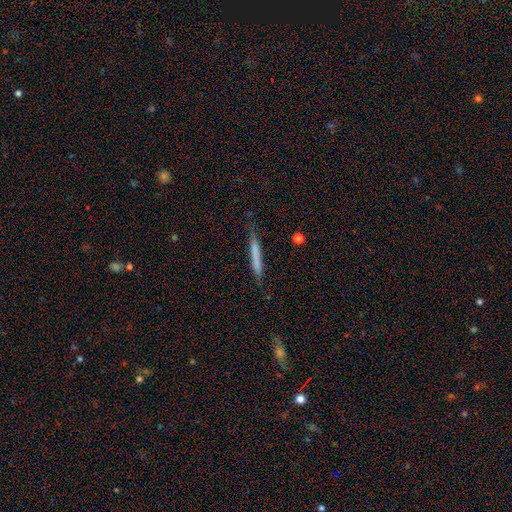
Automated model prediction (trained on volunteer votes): Smooth or featured? smooth (65%)
How rounded? cigar-shaped (96%)
Merging? none (79%)